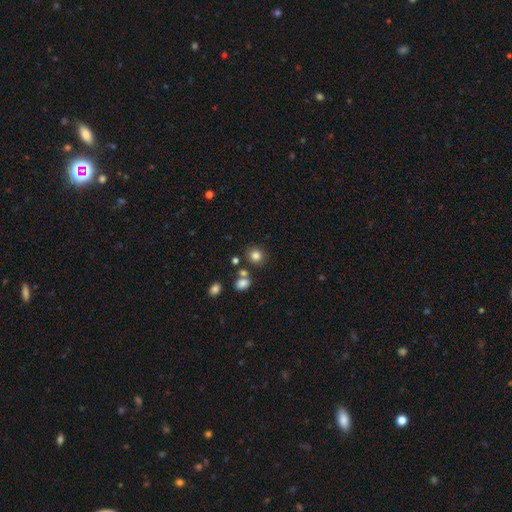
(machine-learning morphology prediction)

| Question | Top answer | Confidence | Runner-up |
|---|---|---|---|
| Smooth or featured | smooth | 82% | star or artifact (12%) |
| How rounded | round | 83% | in between (16%) |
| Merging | none | 79% | minor disturbance (9%) |